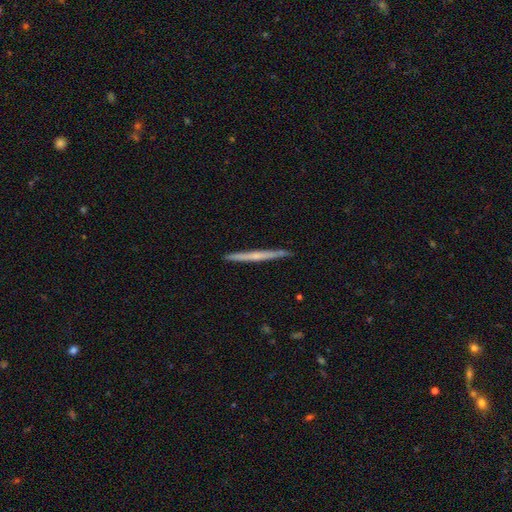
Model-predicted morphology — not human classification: Overall: featured or disk (58%; smooth 37%). Edge-on disk: yes (98%). Edge-on bulge: none (67%; rounded 28%). Merging: none (91%).